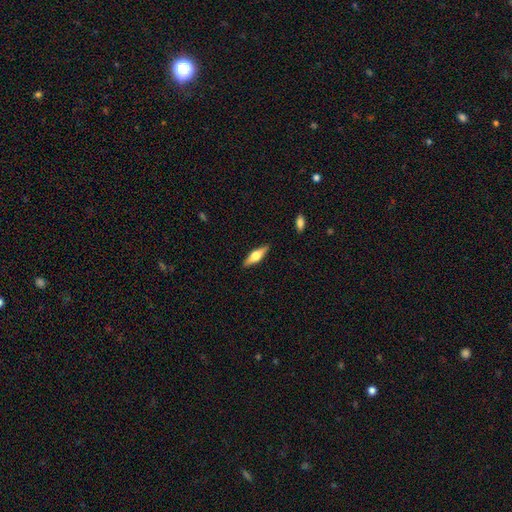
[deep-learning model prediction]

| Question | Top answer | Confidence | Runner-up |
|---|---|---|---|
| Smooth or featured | featured or disk | 52% | smooth (42%) |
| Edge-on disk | yes | 94% | no (6%) |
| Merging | none | 89% | minor disturbance (8%) |